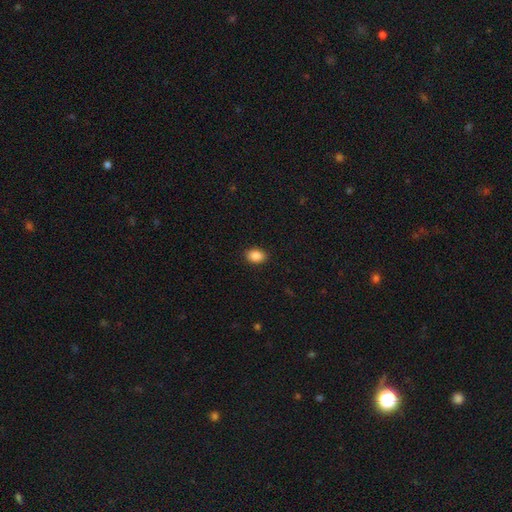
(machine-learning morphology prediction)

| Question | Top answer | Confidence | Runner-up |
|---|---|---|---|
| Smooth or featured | smooth | 88% | star or artifact (8%) |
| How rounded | in between | 76% | round (23%) |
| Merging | none | 89% | minor disturbance (8%) |